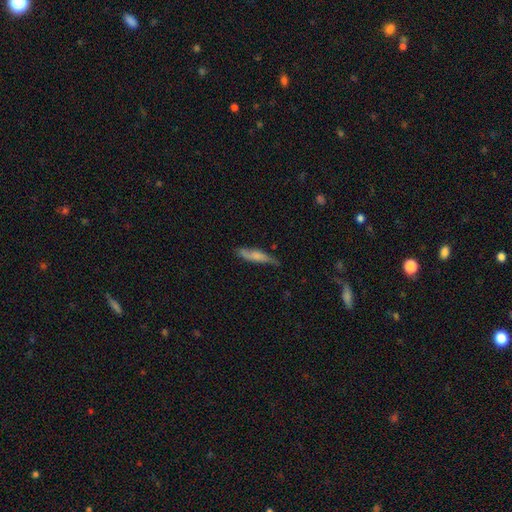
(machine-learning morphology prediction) The model was most divided on "smooth or featured": smooth: 61%, featured or disk: 33%, star or artifact: 6%. More confident: how rounded — cigar-shaped (80%); merging — none (63%).